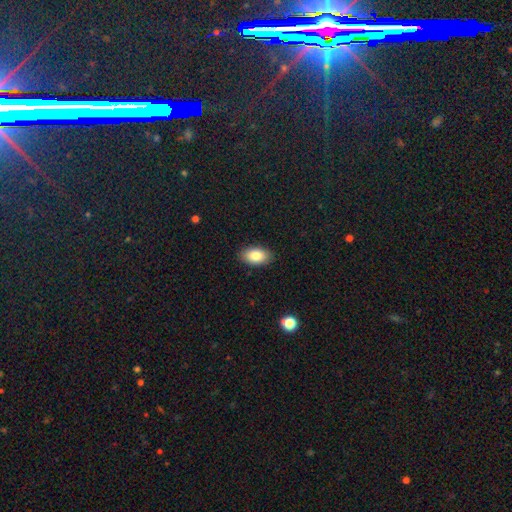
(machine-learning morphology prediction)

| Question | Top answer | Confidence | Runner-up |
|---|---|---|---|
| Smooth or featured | smooth | 84% | featured or disk (9%) |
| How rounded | in between | 93% | round (5%) |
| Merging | none | 88% | minor disturbance (9%) |